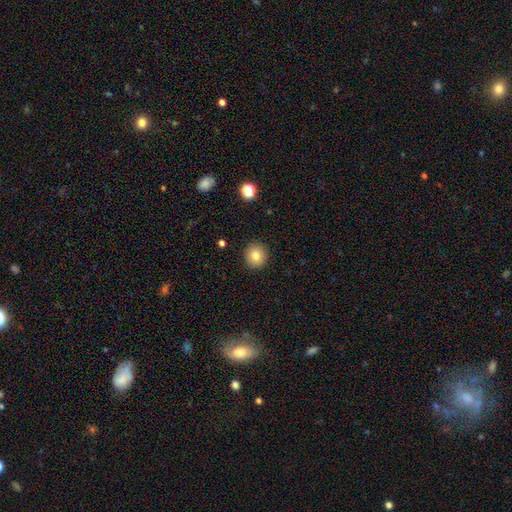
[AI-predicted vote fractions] Smooth or featured? smooth (81%)
How rounded? round (91%)
Merging? none (91%)